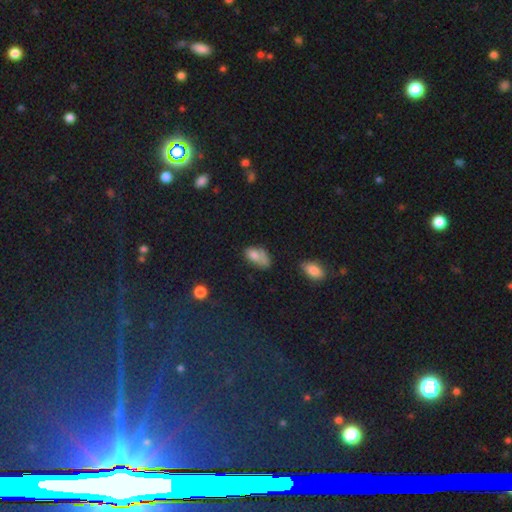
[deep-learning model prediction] Smooth or featured: smooth — 72% (featured or disk — 16%)
How rounded: in between — 89% (round — 7%)
Merging: none — 36% (minor disturbance — 31%)